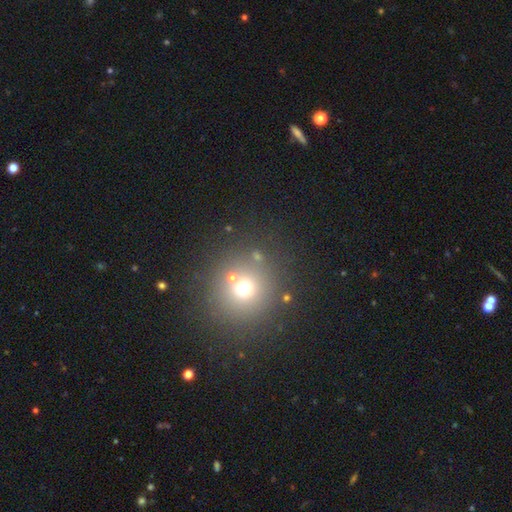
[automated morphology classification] Smooth or featured?
  - smooth: 61% *
  - star or artifact: 27%
  - featured or disk: 13%
How rounded?
  - round: 91% *
  - in between: 8%
  - cigar-shaped: 1%
Merging?
  - none: 75% *
  - merger: 14%
  - minor disturbance: 8%
  - major disturbance: 4%